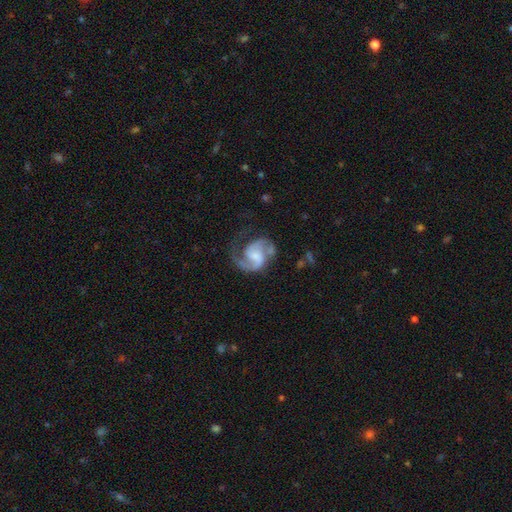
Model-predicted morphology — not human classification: This appears to be a featured or disk galaxy (86%) with no bar (45%), 2 (76%) medium (53%) spiral arms (96%) and a moderate central bulge (32%, tied with small). Merging: none (53%).